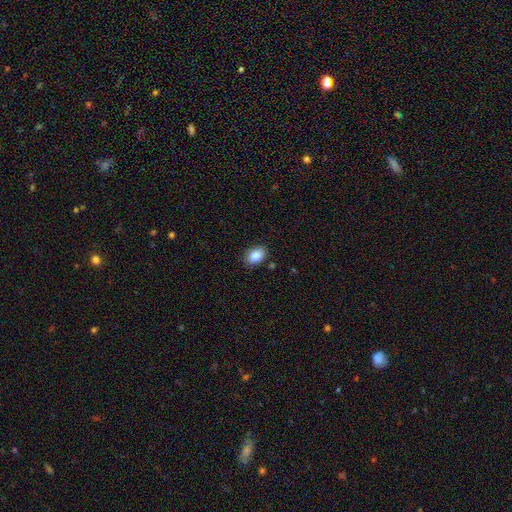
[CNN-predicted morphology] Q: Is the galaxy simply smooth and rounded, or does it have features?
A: smooth — 88%.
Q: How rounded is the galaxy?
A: in between — 84%.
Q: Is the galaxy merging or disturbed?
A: none — 85%.